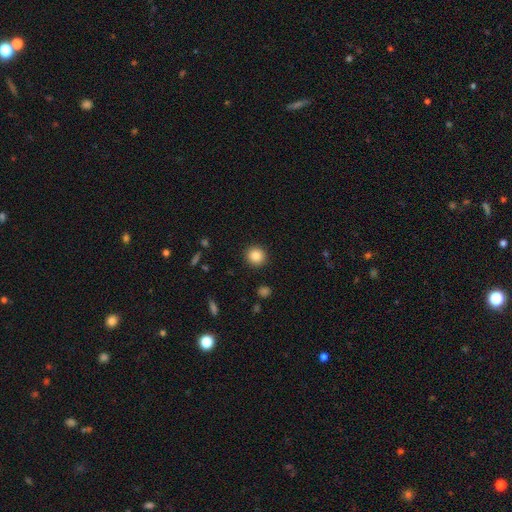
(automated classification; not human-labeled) A smooth galaxy with no disk features (85%) that is round (93%).

Vote fractions:
- Smooth or featured? smooth: 85% / star or artifact: 10% / featured or disk: 5%
- How rounded? round: 93% / in between: 6% / cigar-shaped: 1%
- Merging? none: 92% / minor disturbance: 5% / major disturbance: 2% / merger: 1%